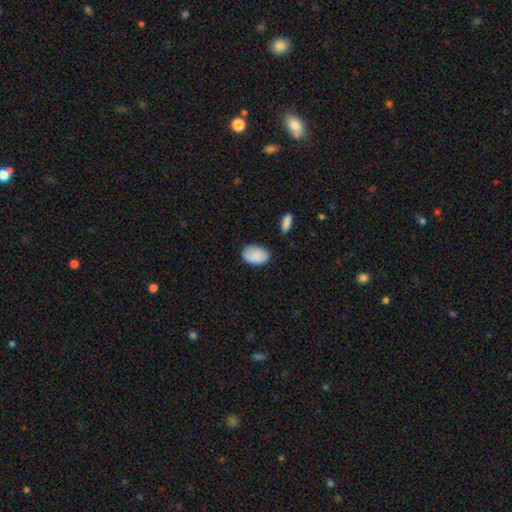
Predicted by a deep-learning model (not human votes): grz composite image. It shows a smooth galaxy with no disk features (88%) that is in between round and cigar-shaped (89%). Merging: none (72%).